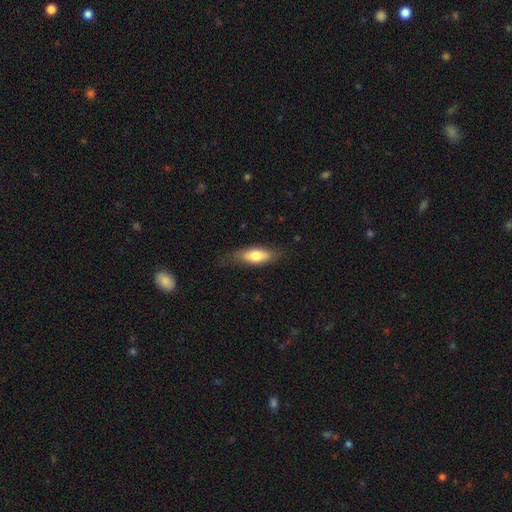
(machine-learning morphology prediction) This is likely a smooth galaxy (70%). How rounded: likely in between (72%). Merging: likely none (72%).